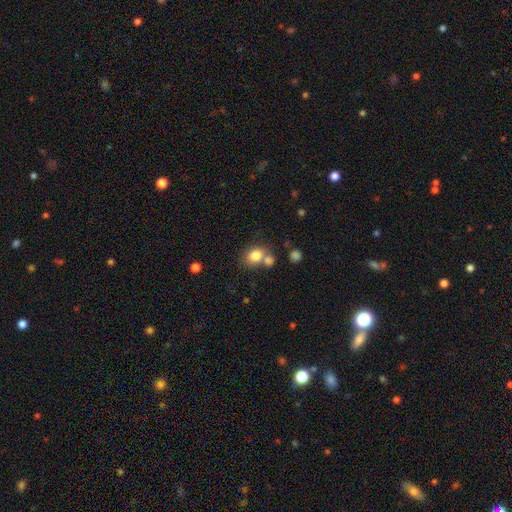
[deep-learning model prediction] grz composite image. It shows a smooth galaxy with no disk features (81%) that is round (56%). Merging: none (53%).